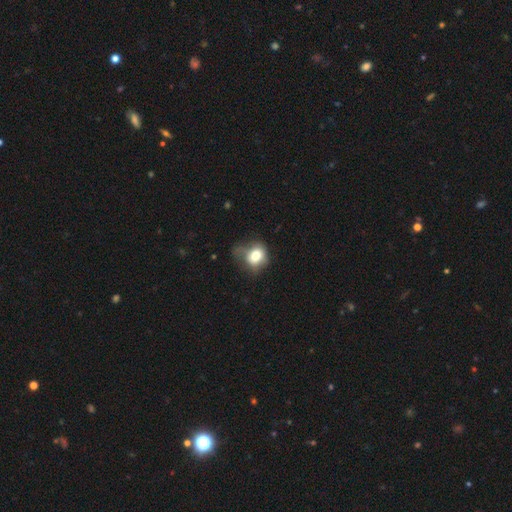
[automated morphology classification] smooth-or-featured: smooth: 76% | featured or disk: 15% | star or artifact: 10%
  how-rounded: round: 59% | in between: 40% | cigar-shaped: 1%
  merging: minor disturbance: 35% | none: 32% | major disturbance: 29% | merger: 4%